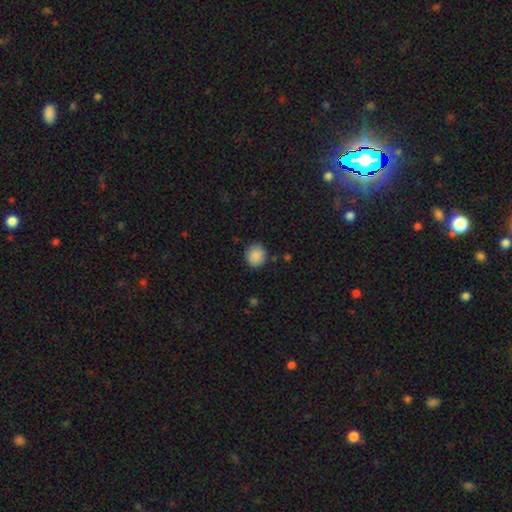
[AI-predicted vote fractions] Smooth or featured?
  - smooth: 89% *
  - star or artifact: 8%
  - featured or disk: 3%
How rounded?
  - round: 89% *
  - in between: 10%
  - cigar-shaped: 1%
Merging?
  - none: 88% *
  - minor disturbance: 8%
  - major disturbance: 2%
  - merger: 1%